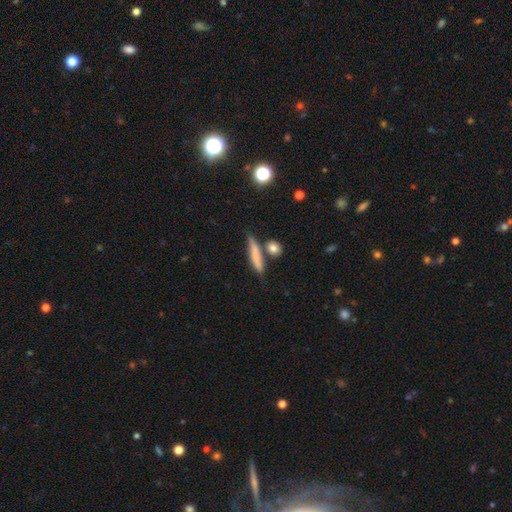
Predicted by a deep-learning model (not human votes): smooth 75%, featured or disk 18%, star or artifact 7%. Down the decision tree: how rounded — cigar-shaped (80%); merging — none (65%).